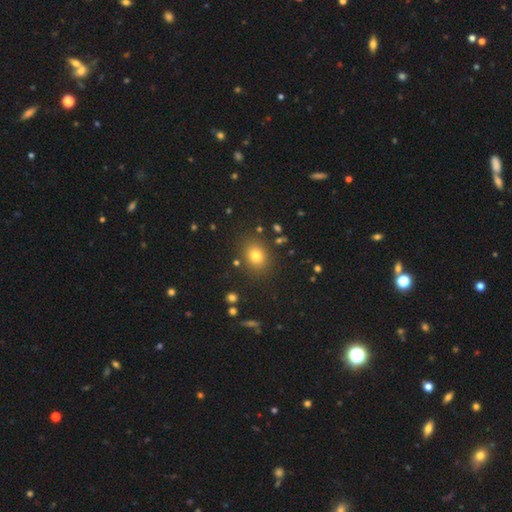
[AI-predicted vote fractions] Q: Smooth or featured?
A: smooth (76%); runner-up: star or artifact (16%)
Q: How rounded?
A: round (55%); runner-up: in between (44%)
Q: Merging?
A: none (85%); runner-up: minor disturbance (9%)